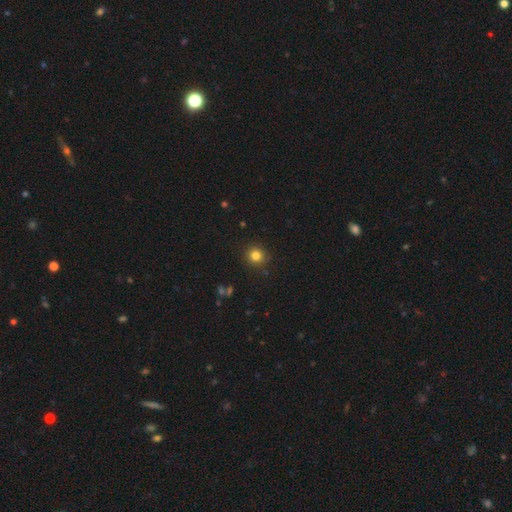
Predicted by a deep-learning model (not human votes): A smooth galaxy with no disk features (82%) that is round (90%). Merging: none (90%).